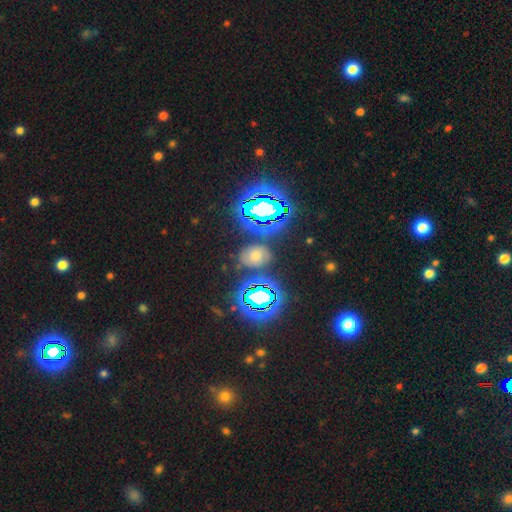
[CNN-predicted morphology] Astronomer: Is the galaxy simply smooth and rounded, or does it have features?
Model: star or artifact — 55% (runner-up: smooth, 32%).